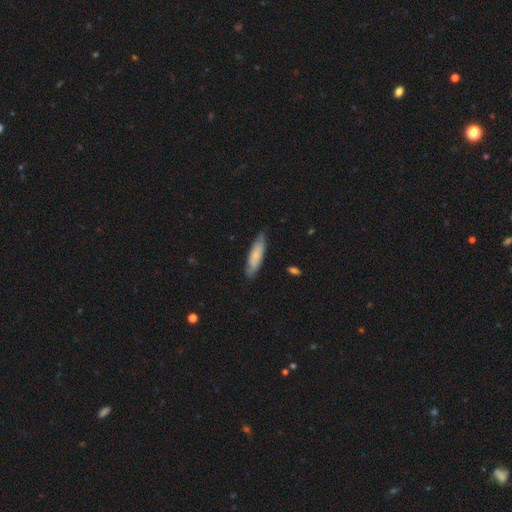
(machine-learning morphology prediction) Smooth or featured?
  - smooth: 70% *
  - featured or disk: 24%
  - star or artifact: 6%
How rounded?
  - cigar-shaped: 64% *
  - in between: 35%
  - round: 1%
Merging?
  - none: 79% *
  - minor disturbance: 17%
  - major disturbance: 3%
  - merger: 1%